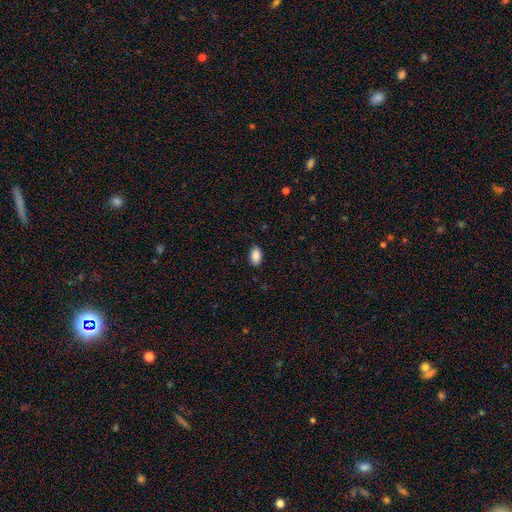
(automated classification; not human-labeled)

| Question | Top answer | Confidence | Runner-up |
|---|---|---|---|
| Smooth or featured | smooth | 88% | star or artifact (8%) |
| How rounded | in between | 93% | round (5%) |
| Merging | none | 86% | minor disturbance (10%) |